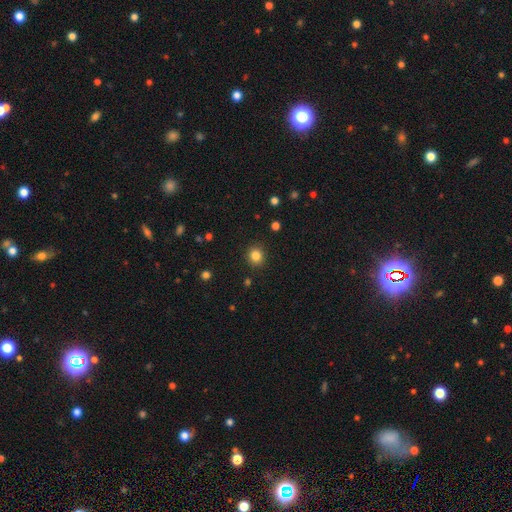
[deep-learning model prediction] Morphology: type=smooth (83%); roundness=round (89%); merging=none (90%).